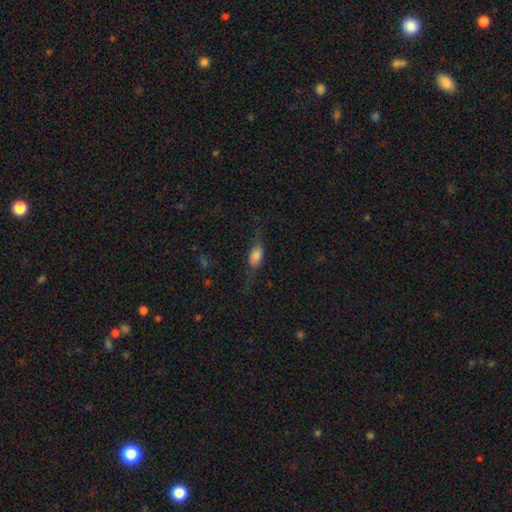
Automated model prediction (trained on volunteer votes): Overall: smooth (59%; featured or disk 31%). How rounded: in between (71%). Merging: none (57%; minor disturbance 23%).